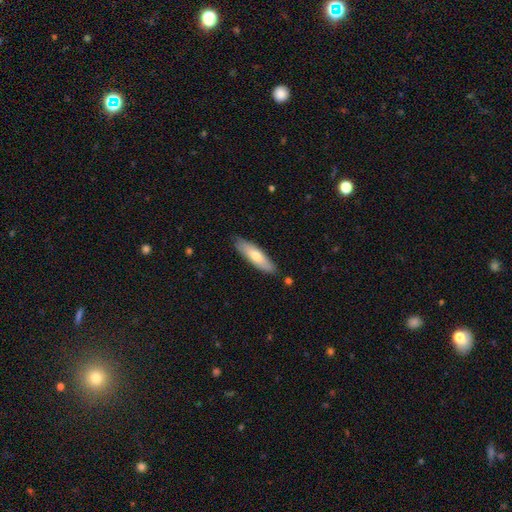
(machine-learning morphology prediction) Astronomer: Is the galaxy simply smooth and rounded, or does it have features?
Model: smooth — 68%.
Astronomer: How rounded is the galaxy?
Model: cigar-shaped — 60% (runner-up: in between, 38%).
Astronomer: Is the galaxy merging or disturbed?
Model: none — 85%.